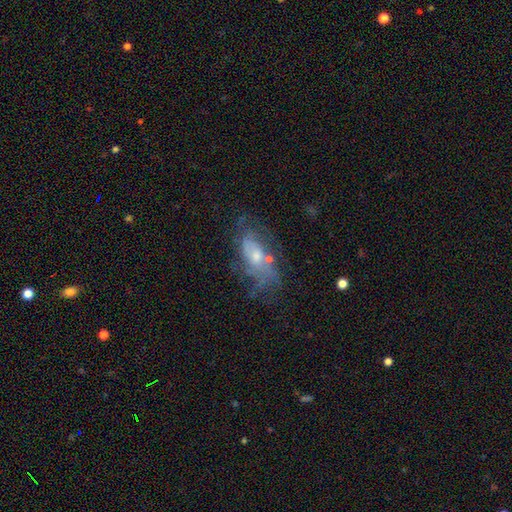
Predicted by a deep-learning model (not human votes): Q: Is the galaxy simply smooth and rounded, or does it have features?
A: featured or disk — 60%.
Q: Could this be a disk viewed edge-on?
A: no — 90%.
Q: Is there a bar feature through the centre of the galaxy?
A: no — 73%.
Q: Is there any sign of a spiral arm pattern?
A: yes — 60%.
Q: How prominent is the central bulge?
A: moderate — 45%.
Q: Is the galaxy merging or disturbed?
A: none — 50%.